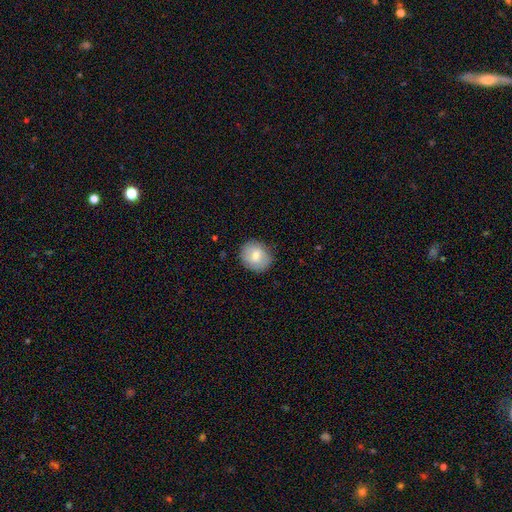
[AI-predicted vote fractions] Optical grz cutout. It shows a smooth galaxy with no disk features (73%) that is round (72%). Merging: none (85%).